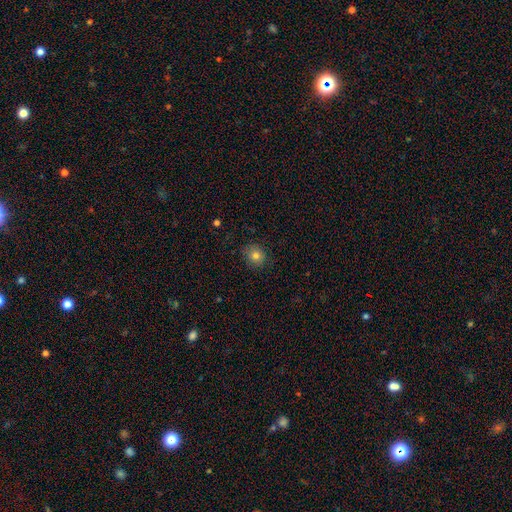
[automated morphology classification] Smooth or featured? smooth (79%)
How rounded? round (81%)
Merging? none (85%)